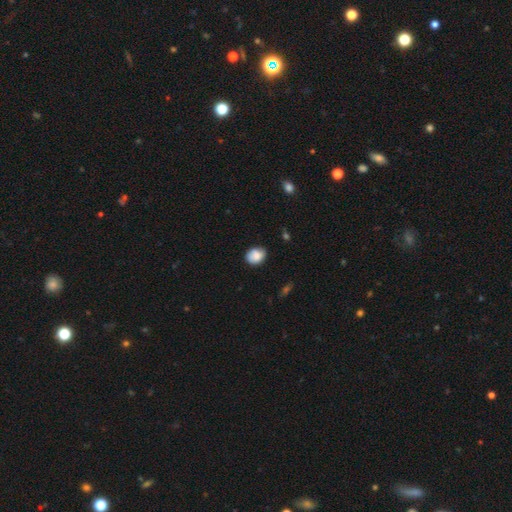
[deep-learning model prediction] smooth 80%, featured or disk 12%, star or artifact 8%. Down the decision tree: how rounded — round (51%); merging — none (71%).